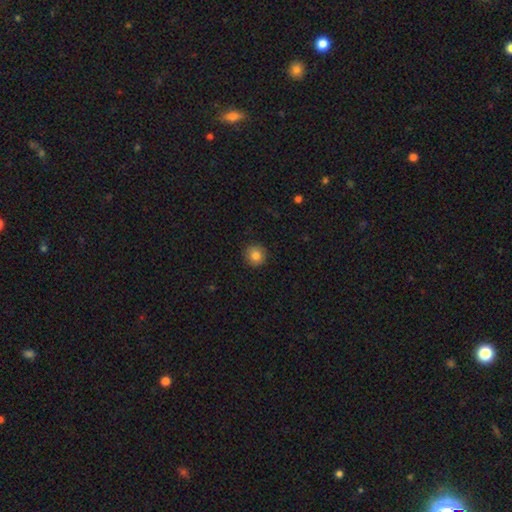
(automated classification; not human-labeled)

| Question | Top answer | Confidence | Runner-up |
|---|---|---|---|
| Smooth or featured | smooth | 83% | star or artifact (10%) |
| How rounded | round | 93% | in between (6%) |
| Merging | none | 91% | minor disturbance (6%) |